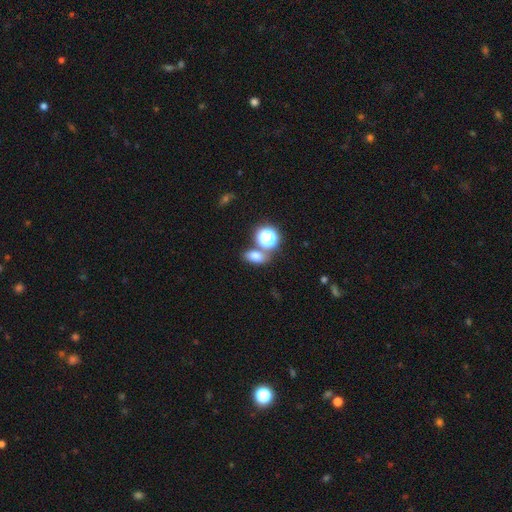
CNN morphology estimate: The model was most divided on "merging": none: 66%, merger: 19%, minor disturbance: 11%, major disturbance: 4%. More confident: how rounded — in between (73%); smooth or featured — smooth (72%).